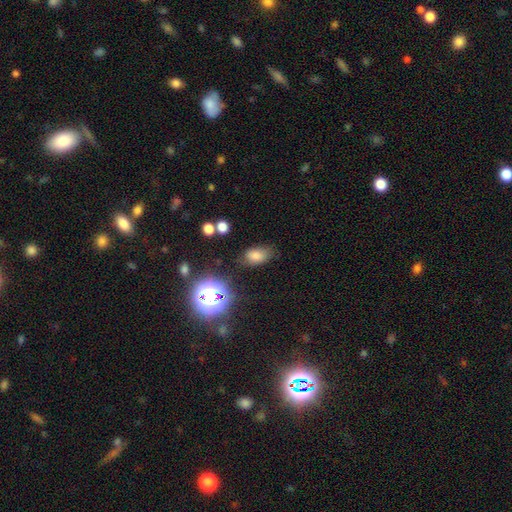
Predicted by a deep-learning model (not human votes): Q: Smooth or featured?
A: smooth (70%); runner-up: star or artifact (21%)
Q: How rounded?
A: in between (86%); runner-up: round (11%)
Q: Merging?
A: none (75%); runner-up: minor disturbance (17%)